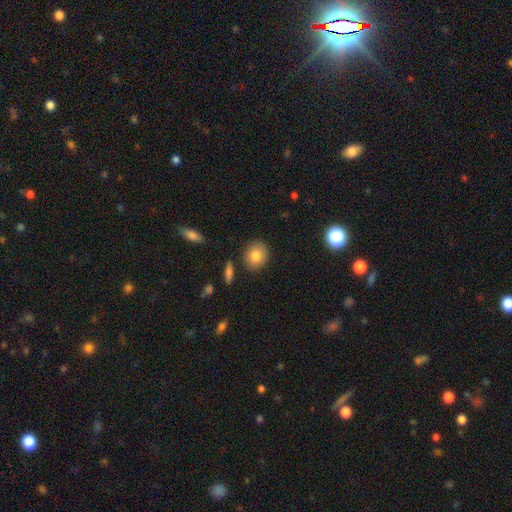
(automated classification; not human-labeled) smooth_or_featured: smooth (p=0.83) [alt: featured or disk p=0.09]
how_rounded: round (p=0.74) [alt: in between p=0.24]
merging: none (p=0.86) [alt: minor disturbance p=0.09]